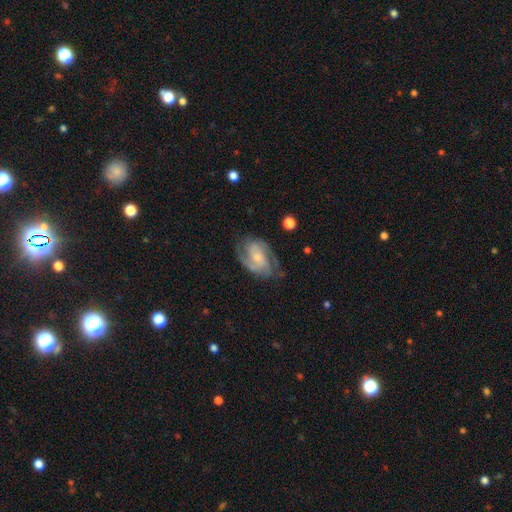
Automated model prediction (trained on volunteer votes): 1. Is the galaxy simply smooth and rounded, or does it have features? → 84% featured or disk, 11% smooth, 5% star or artifact.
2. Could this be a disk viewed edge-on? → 97% no, 3% yes.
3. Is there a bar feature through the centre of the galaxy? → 48% no, 39% weak, 12% strong.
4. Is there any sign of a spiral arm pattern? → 96% yes, 4% no.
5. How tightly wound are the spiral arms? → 50% medium, 35% tight, 15% loose.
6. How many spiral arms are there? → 68% 2, 14% 3, 10% can't tell, 3% 1, 3% 4, 2% more than 4.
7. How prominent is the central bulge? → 56% small, 34% moderate, 6% none, 3% large, 1% dominant.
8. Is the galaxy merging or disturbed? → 70% none, 19% minor disturbance, 9% major disturbance, 2% merger.